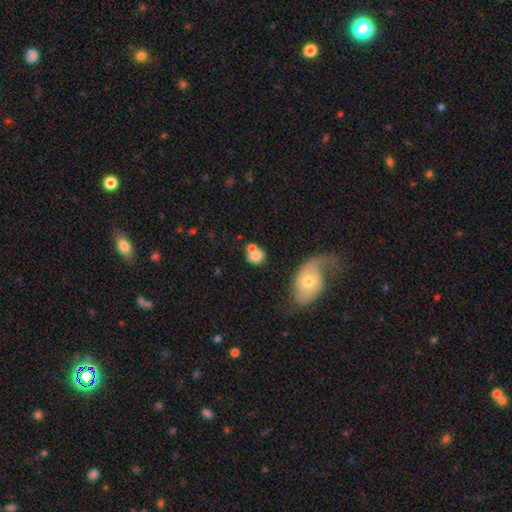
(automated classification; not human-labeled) Smooth or featured? smooth (73%)
How rounded? round (66%)
Merging? merger (43%)